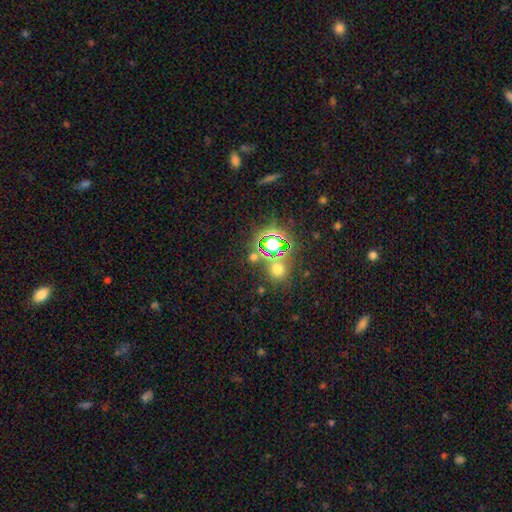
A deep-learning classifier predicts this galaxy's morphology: Smooth or featured? star or artifact (65%)